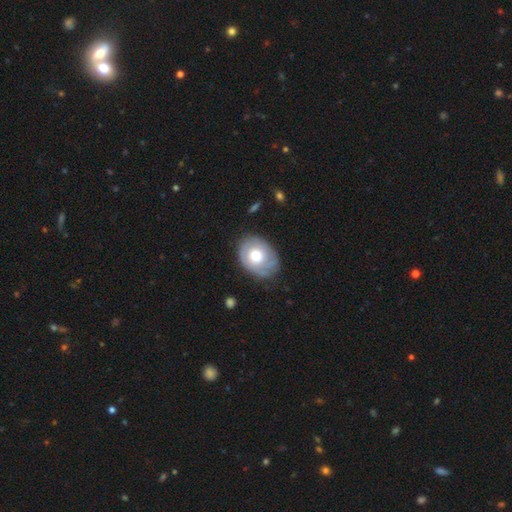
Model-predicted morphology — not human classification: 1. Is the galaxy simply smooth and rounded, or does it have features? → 49% featured or disk, 45% smooth, 6% star or artifact.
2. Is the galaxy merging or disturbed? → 70% none, 22% minor disturbance, 6% major disturbance, 1% merger.